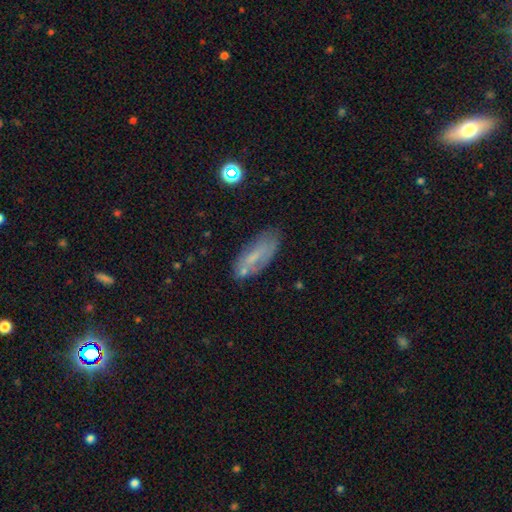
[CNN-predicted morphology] smooth 60%, featured or disk 31%, star or artifact 9%. Down the decision tree: how rounded — in between (69%); merging — none (61%).